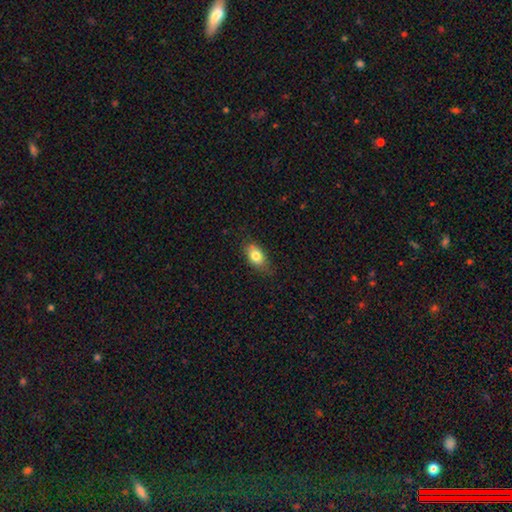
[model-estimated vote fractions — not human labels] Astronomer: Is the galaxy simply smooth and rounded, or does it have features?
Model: smooth — 80%.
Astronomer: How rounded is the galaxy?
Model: in between — 87%.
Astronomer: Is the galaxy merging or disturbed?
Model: none — 77%.